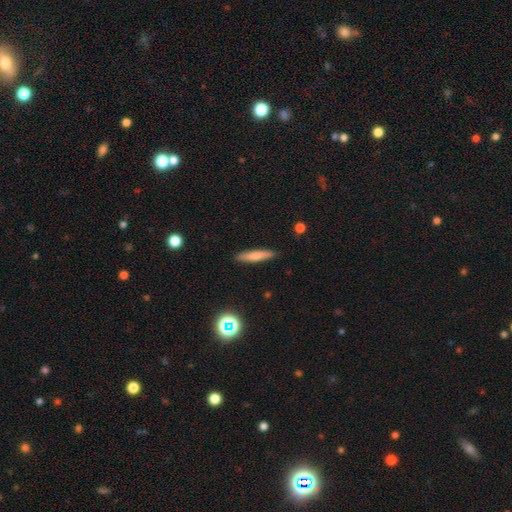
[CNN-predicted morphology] This is likely a smooth galaxy (73%). How rounded: clearly cigar-shaped (85%). Merging: clearly none (89%).